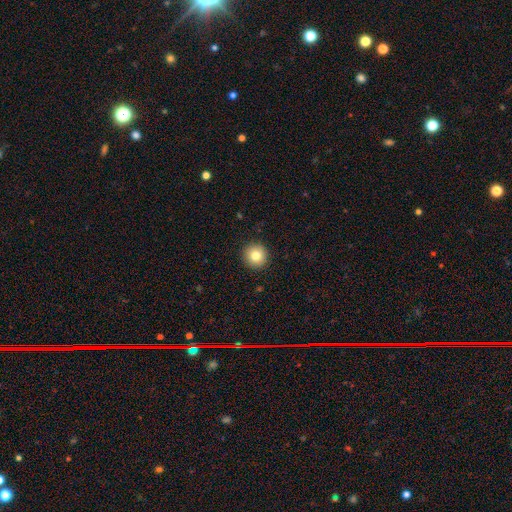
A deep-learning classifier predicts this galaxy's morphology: Overall: smooth (81%). How rounded: round (95%). Merging: none (93%).